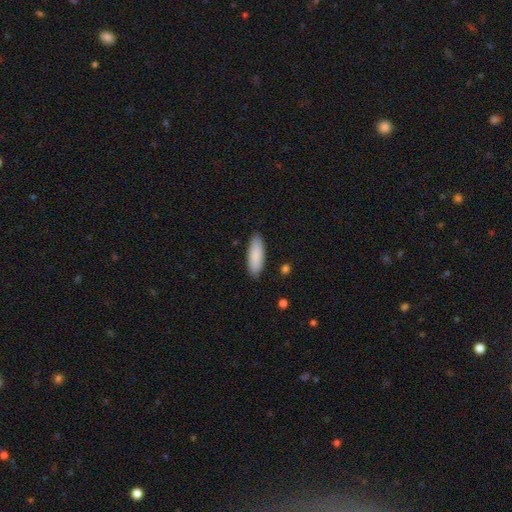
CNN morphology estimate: The model was most divided on "how rounded": in between: 65%, cigar-shaped: 33%, round: 2%. More confident: smooth or featured — smooth (88%); merging — none (87%).